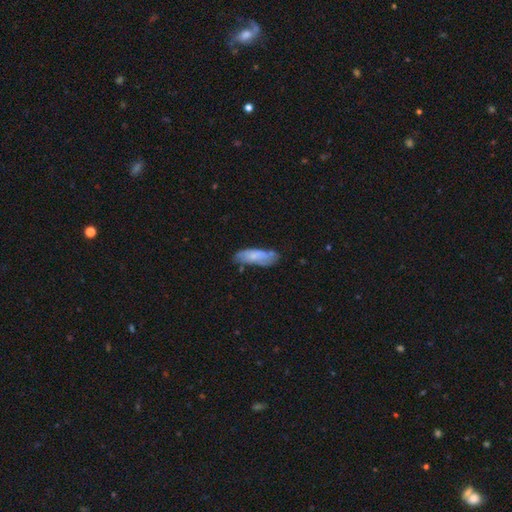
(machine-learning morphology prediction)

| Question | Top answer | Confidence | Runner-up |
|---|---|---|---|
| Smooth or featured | smooth | 64% | featured or disk (29%) |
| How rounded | in between | 57% | cigar-shaped (42%) |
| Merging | none | 62% | minor disturbance (26%) |